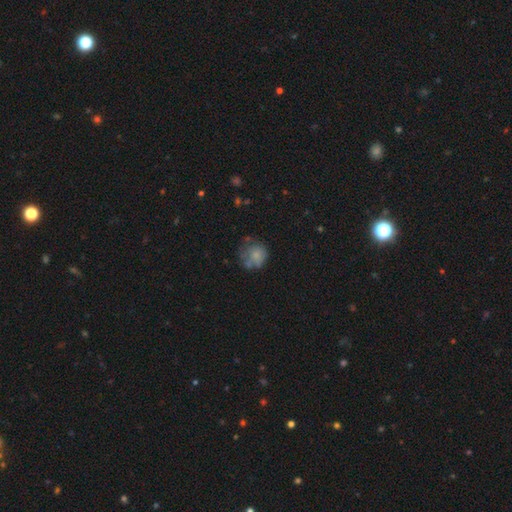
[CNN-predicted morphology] smooth_or_featured: smooth (p=0.68) [alt: featured or disk p=0.22]
how_rounded: round (p=0.82) [alt: in between p=0.17]
merging: none (p=0.50) [alt: minor disturbance p=0.26]